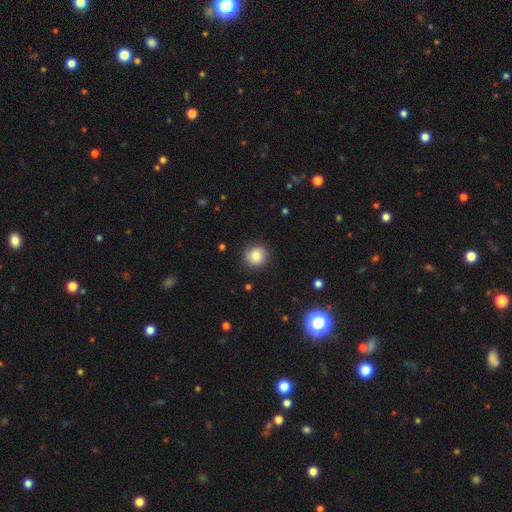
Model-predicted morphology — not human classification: The model was most divided on "smooth or featured": smooth: 78%, featured or disk: 12%, star or artifact: 10%. More confident: how rounded — round (89%); merging — none (85%).